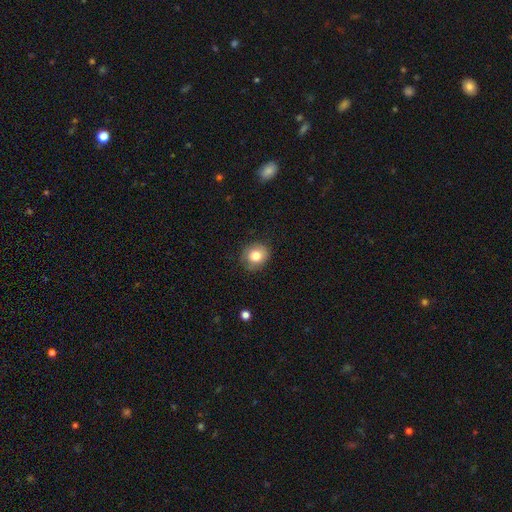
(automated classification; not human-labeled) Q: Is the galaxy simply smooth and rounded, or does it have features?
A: smooth — 81%.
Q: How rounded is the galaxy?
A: round — 74%.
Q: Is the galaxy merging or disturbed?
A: none — 84%.